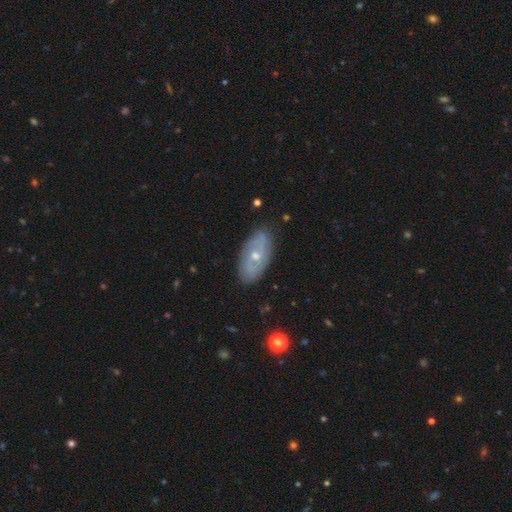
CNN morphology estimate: This appears to be a featured or disk galaxy (67%) with no bar (66%), spiral arms (72%) and a moderate central bulge (55%). Merging: none (81%).